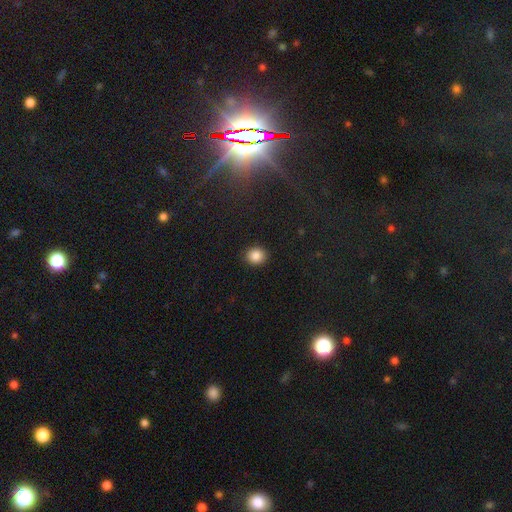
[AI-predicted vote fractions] smooth 86%, star or artifact 10%, featured or disk 4%. Down the decision tree: how rounded — round (81%); merging — none (91%).